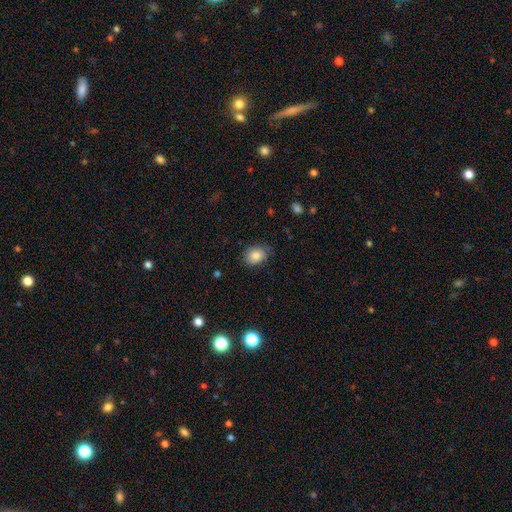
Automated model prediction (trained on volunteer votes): Smooth or featured?
  - smooth: 82% *
  - featured or disk: 10%
  - star or artifact: 8%
How rounded?
  - in between: 57% *
  - round: 42%
  - cigar-shaped: 1%
Merging?
  - none: 70% *
  - minor disturbance: 24%
  - major disturbance: 5%
  - merger: 1%